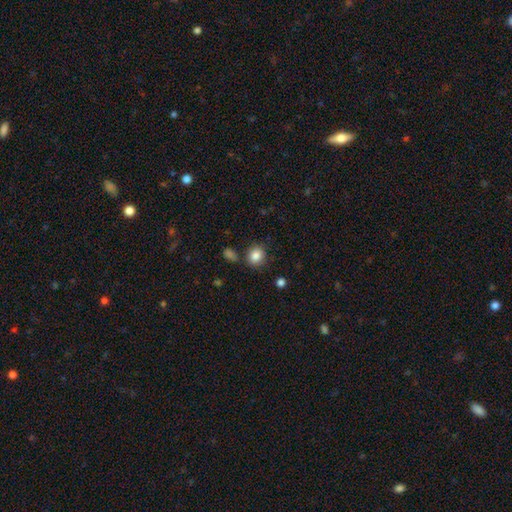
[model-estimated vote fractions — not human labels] Morphology: type=smooth (85%); roundness=round (79%); merging=none (80%).